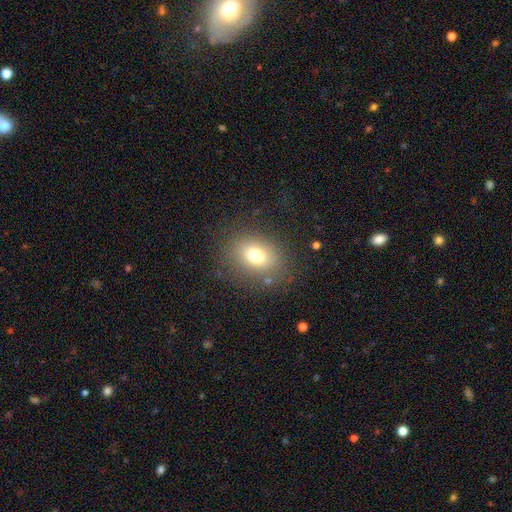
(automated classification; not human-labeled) A smooth galaxy with no disk features (73%) that is in between round and cigar-shaped (55%).

Vote fractions:
- Smooth or featured? smooth: 73% / star or artifact: 14% / featured or disk: 12%
- How rounded? in between: 55% / round: 44% / cigar-shaped: 1%
- Merging? none: 81% / minor disturbance: 11% / major disturbance: 6% / merger: 2%